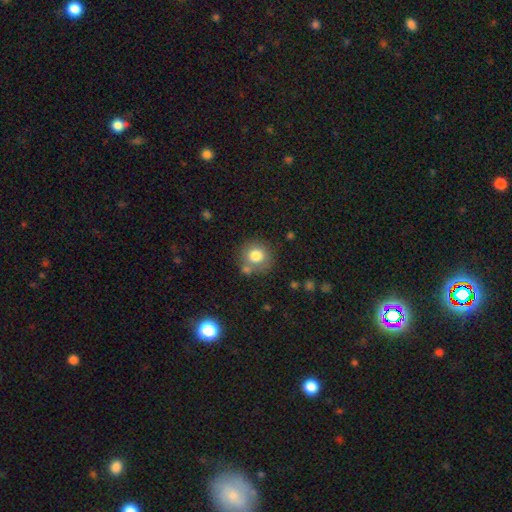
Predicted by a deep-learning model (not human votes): Smooth or featured? Predicted: smooth (p=0.79). How rounded? Predicted: round (p=0.89). Merging? Predicted: none (p=0.68).